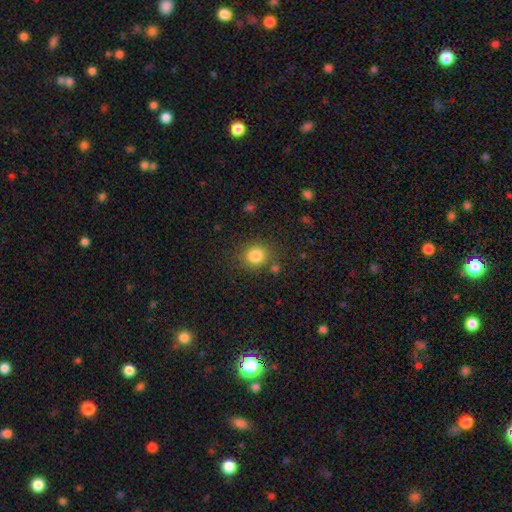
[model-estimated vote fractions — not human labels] A smooth galaxy with no disk features (83%) that is round (82%).

Vote fractions:
- Smooth or featured? smooth: 83% / star or artifact: 11% / featured or disk: 6%
- How rounded? round: 82% / in between: 17% / cigar-shaped: 1%
- Merging? none: 81% / minor disturbance: 10% / merger: 5% / major disturbance: 4%